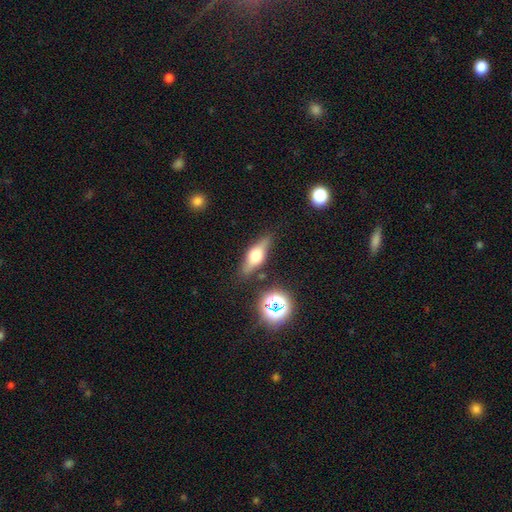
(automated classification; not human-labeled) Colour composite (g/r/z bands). It shows a featured or disk galaxy (49%). Merging: none (81%).